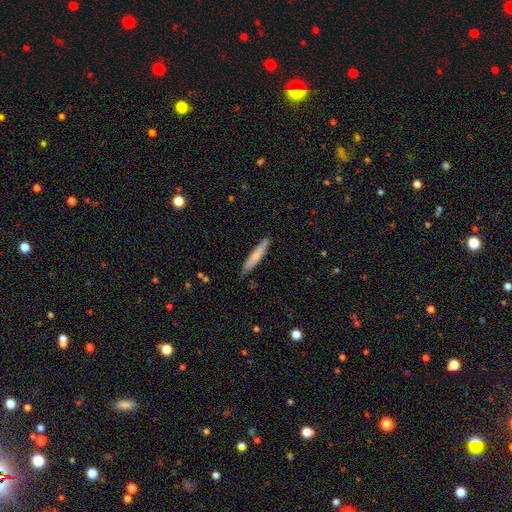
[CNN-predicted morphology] The model was most divided on "smooth or featured": smooth: 69%, featured or disk: 25%, star or artifact: 5%. More confident: how rounded — cigar-shaped (91%); merging — none (84%).